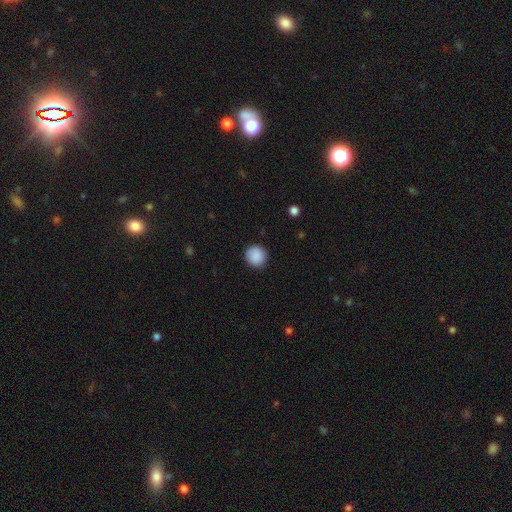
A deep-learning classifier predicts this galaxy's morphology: Overall: smooth (89%). How rounded: round (93%). Merging: none (90%).